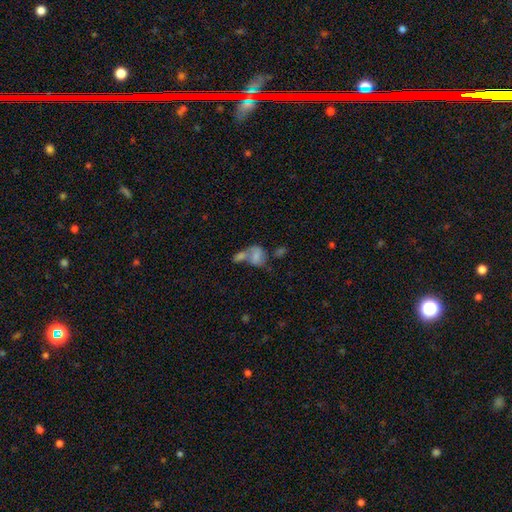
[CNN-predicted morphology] The model was most divided on "smooth or featured": smooth: 63%, featured or disk: 27%, star or artifact: 10%. More confident: how rounded — in between (72%); merging — merger (61%).